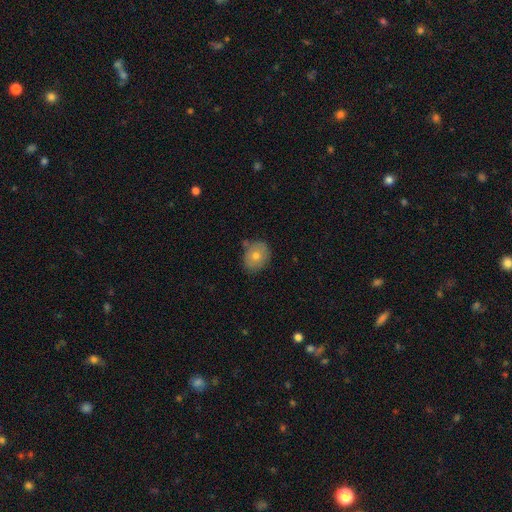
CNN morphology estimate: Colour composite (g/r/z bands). It shows a smooth galaxy with no disk features (68%) that is round (59%). Merging: none (77%).